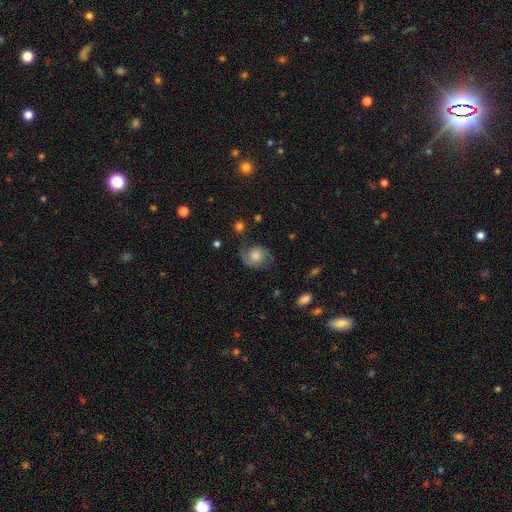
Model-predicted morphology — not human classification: type=featured or disk (69%); edge-on=no (98%); bar=no (73%); spiral arms=yes (93%); winding=medium (47%); arm count=2 (90%); bulge=moderate (43%); merging=none (70%).